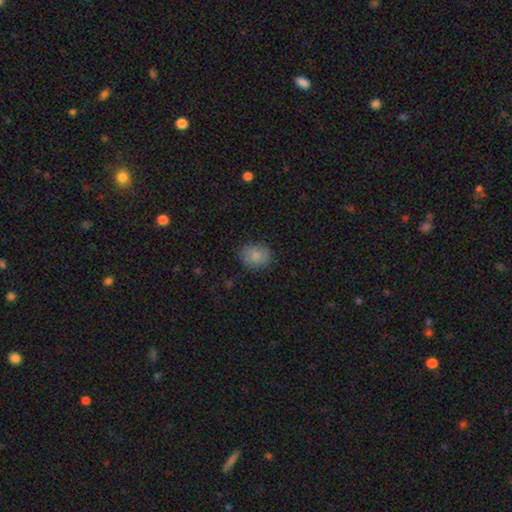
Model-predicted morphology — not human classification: A smooth galaxy with no disk features (83%) that is round (69%).

Vote fractions:
- Smooth or featured? smooth: 83% / featured or disk: 9% / star or artifact: 8%
- How rounded? round: 69% / in between: 30% / cigar-shaped: 1%
- Merging? none: 82% / minor disturbance: 14% / major disturbance: 3% / merger: 1%